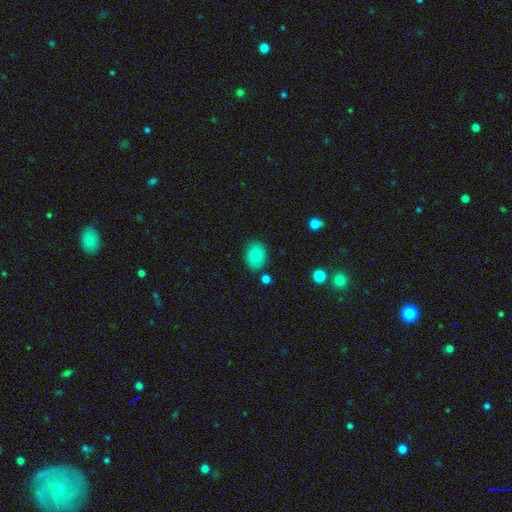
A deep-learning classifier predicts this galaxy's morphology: Smooth or featured: smooth — 82% (featured or disk — 9%)
How rounded: in between — 61% (round — 38%)
Merging: none — 82% (minor disturbance — 12%)